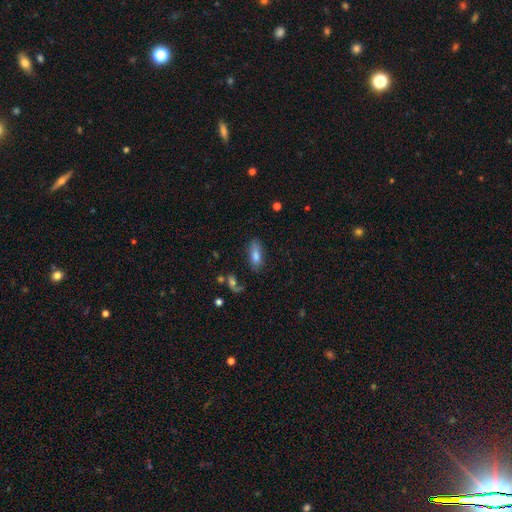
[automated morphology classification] Smooth or featured: smooth — 75% (featured or disk — 16%)
How rounded: in between — 76% (cigar-shaped — 21%)
Merging: none — 65% (minor disturbance — 21%)